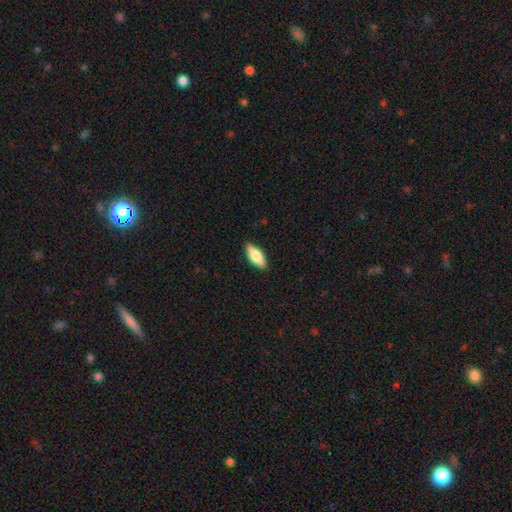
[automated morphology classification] Smooth or featured: smooth — 72% (featured or disk — 21%)
How rounded: in between — 76% (cigar-shaped — 22%)
Merging: none — 88% (minor disturbance — 9%)